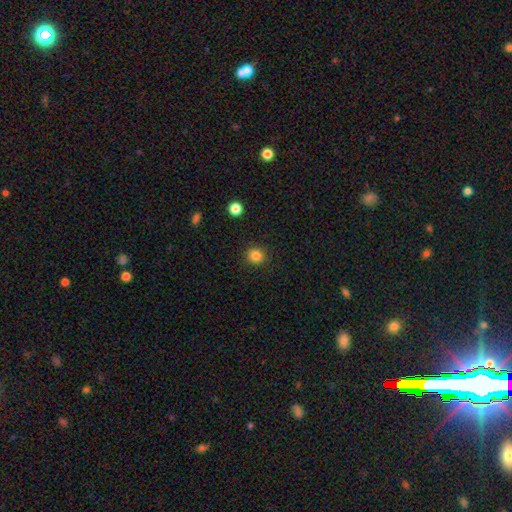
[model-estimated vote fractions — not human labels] Smooth or featured? Predicted: smooth (p=0.84). How rounded? Predicted: round (p=0.88). Merging? Predicted: none (p=0.90).